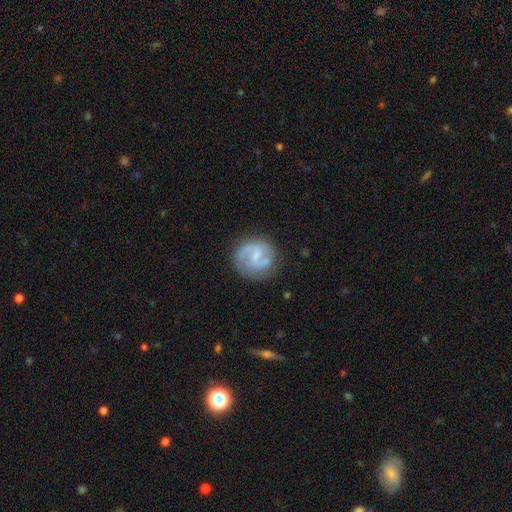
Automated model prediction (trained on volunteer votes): This is likely a featured or disk galaxy (68%). It is clearly not viewed edge-on (98%). Bar: possibly weak (55%). Spiral arm pattern: clearly yes (86%). Spiral arm count: likely 2 (76%). Spiral winding: possibly medium (46%). Central bulge: marginally small (43%). Merging: likely none (71%).